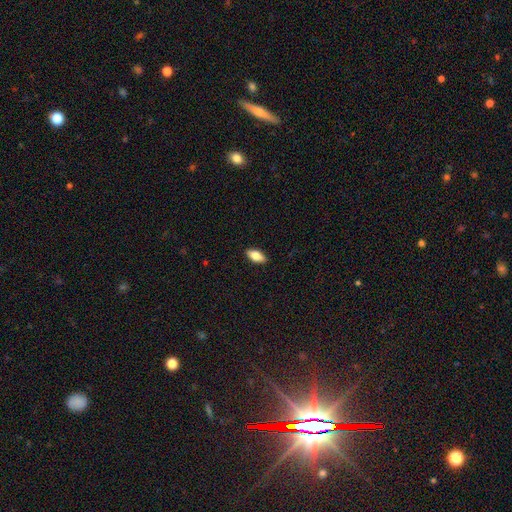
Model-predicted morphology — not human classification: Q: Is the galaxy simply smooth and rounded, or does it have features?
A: smooth — 78%.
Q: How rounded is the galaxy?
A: in between — 87%.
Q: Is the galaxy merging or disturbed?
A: none — 89%.